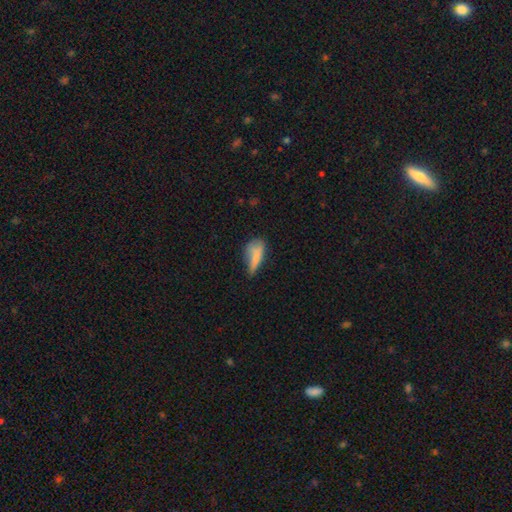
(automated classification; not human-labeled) smooth_or_featured: smooth (p=0.73) [alt: featured or disk p=0.17]
how_rounded: in between (p=0.64) [alt: cigar-shaped p=0.32]
merging: minor disturbance (p=0.37) [alt: none p=0.36]